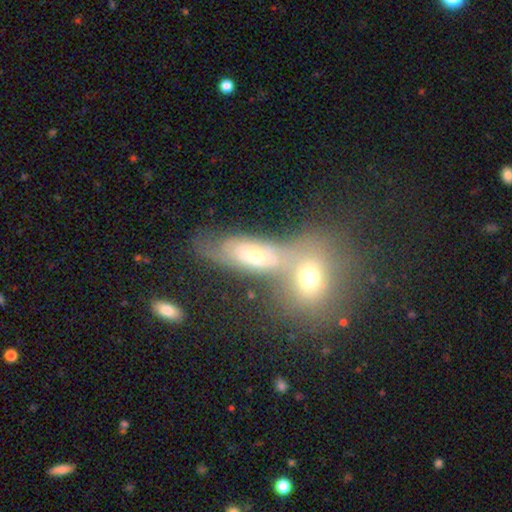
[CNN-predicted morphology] Q: Smooth or featured?
A: featured or disk (48%); runner-up: smooth (41%)
Q: Merging?
A: merger (44%); runner-up: none (35%)